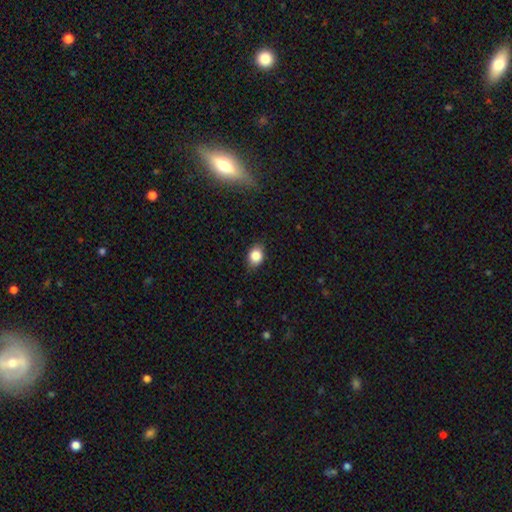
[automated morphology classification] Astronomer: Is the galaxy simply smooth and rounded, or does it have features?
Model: smooth — 84%.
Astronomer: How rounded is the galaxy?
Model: in between — 55% (runner-up: round, 44%).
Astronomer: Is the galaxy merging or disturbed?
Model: none — 80%.